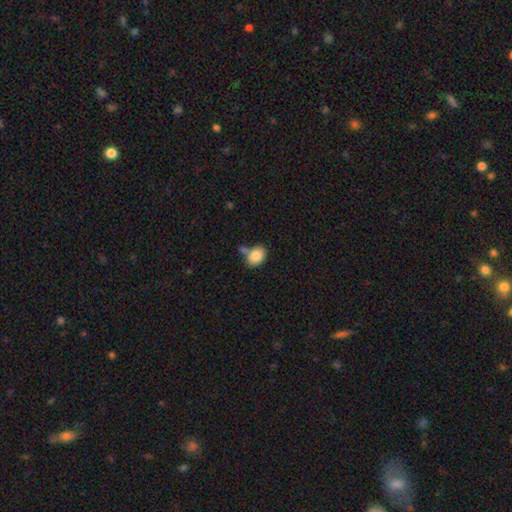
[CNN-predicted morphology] This appears to be a smooth galaxy with no disk features (83%) that is in between round and cigar-shaped (62%). Merging: none (51%).